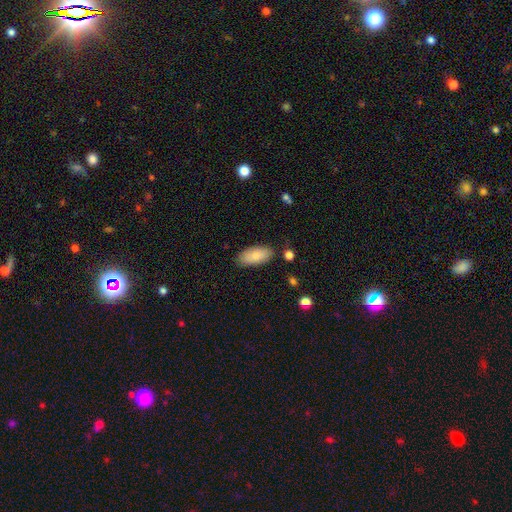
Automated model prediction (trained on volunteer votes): Q: Smooth or featured?
A: smooth (83%); runner-up: featured or disk (11%)
Q: How rounded?
A: in between (88%); runner-up: cigar-shaped (9%)
Q: Merging?
A: none (82%); runner-up: minor disturbance (13%)